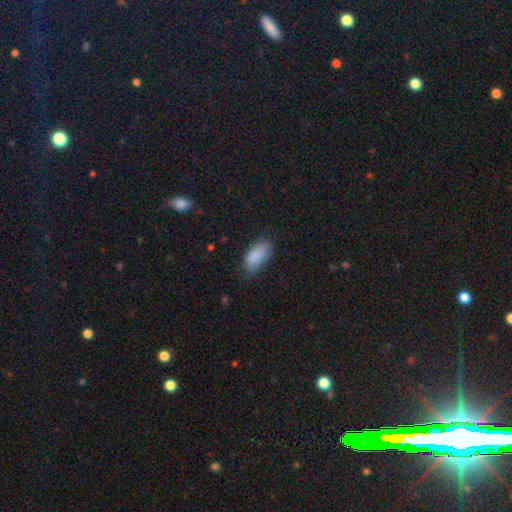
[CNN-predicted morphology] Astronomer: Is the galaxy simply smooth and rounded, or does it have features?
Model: smooth — 88%.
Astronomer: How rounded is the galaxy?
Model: in between — 93%.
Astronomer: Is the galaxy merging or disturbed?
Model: none — 68%.